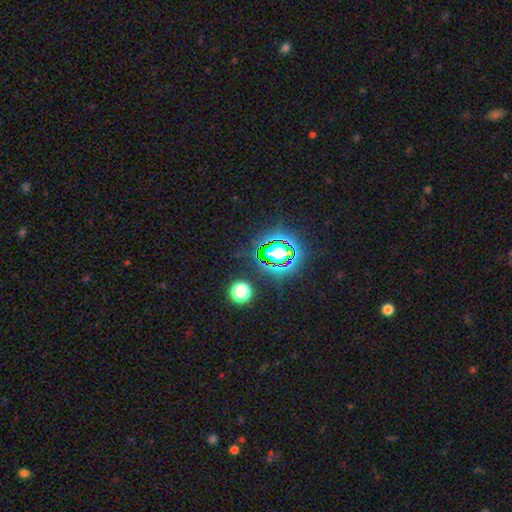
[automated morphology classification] This appears to be a star or artifact, not a galaxy (72%).